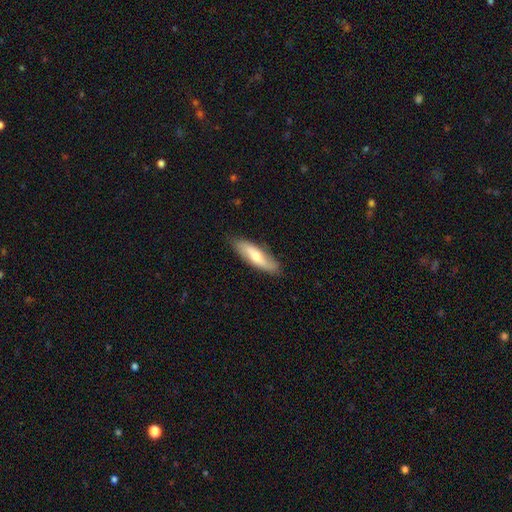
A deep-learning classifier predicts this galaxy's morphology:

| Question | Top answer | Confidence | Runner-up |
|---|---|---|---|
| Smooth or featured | smooth | 51% | featured or disk (43%) |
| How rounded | cigar-shaped | 58% | in between (40%) |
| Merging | none | 84% | minor disturbance (12%) |